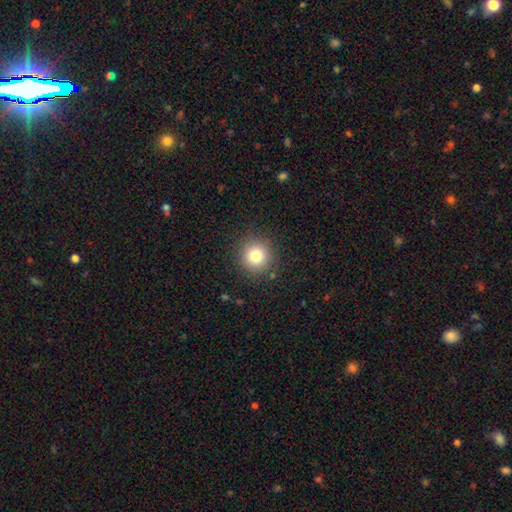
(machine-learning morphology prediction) smooth-or-featured: smooth: 79% | star or artifact: 12% | featured or disk: 8%
  how-rounded: round: 95% | in between: 4% | cigar-shaped: 1%
  merging: none: 89% | minor disturbance: 7% | major disturbance: 3% | merger: 1%